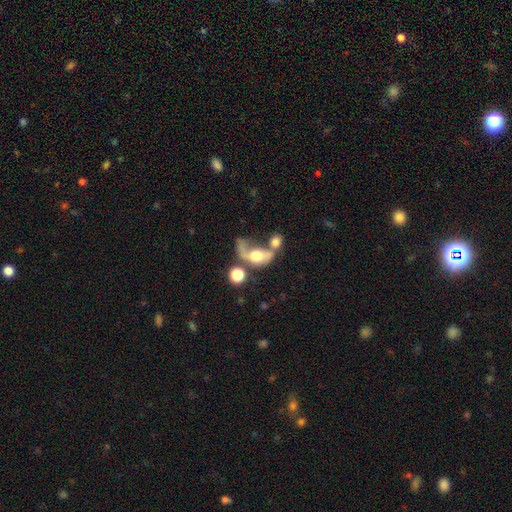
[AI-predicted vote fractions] Morphology: type=featured or disk (49%); merging=merger (50%).